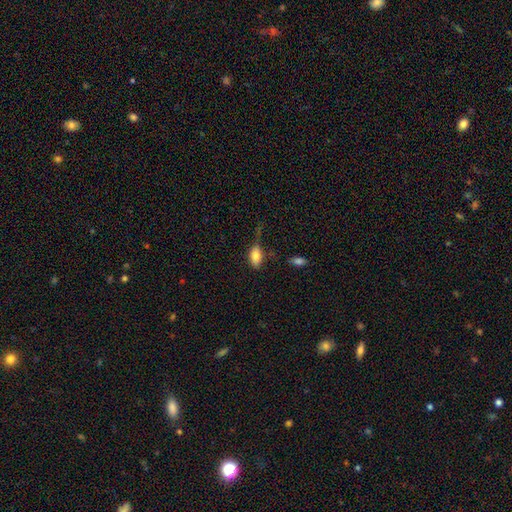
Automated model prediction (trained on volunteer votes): Smooth or featured?
  - smooth: 80% *
  - featured or disk: 12%
  - star or artifact: 8%
How rounded?
  - in between: 90% *
  - cigar-shaped: 5%
  - round: 5%
Merging?
  - none: 44% *
  - minor disturbance: 29%
  - major disturbance: 20%
  - merger: 7%